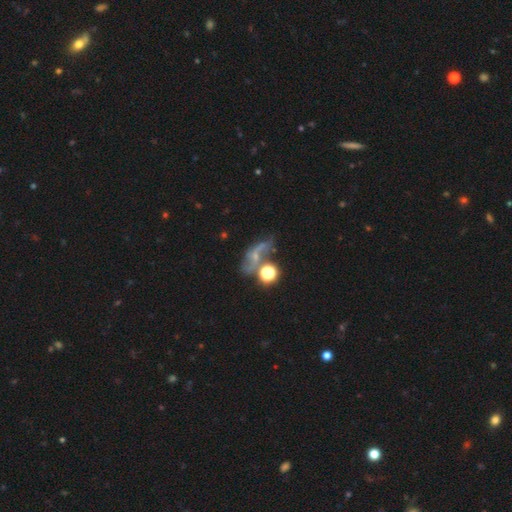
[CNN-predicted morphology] featured or disk 52%, smooth 24%, star or artifact 23%. Down the decision tree: edge-on disk — no (90%); merging — none (41%).